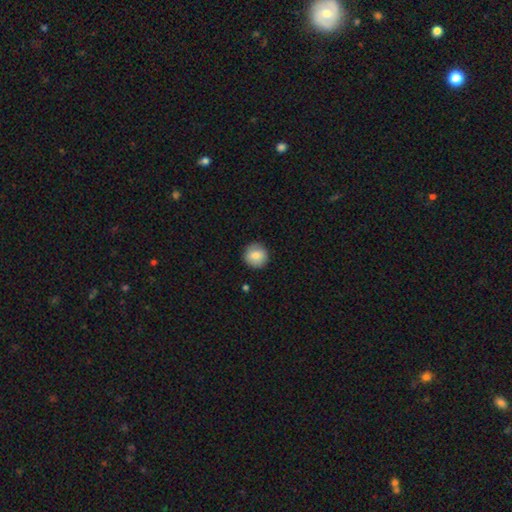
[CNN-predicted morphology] Smooth or featured? smooth (81%)
How rounded? round (94%)
Merging? none (89%)